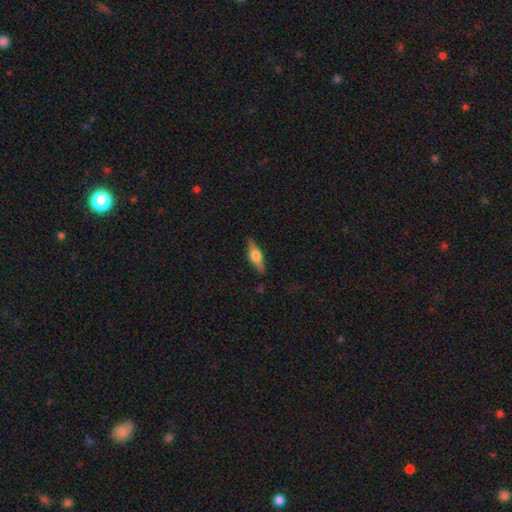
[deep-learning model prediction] Smooth or featured: featured or disk — 58% (smooth — 35%)
Edge-on disk: yes — 95% (no — 5%)
Edge-on bulge: rounded — 92% (boxy — 7%)
Merging: none — 86% (minor disturbance — 11%)